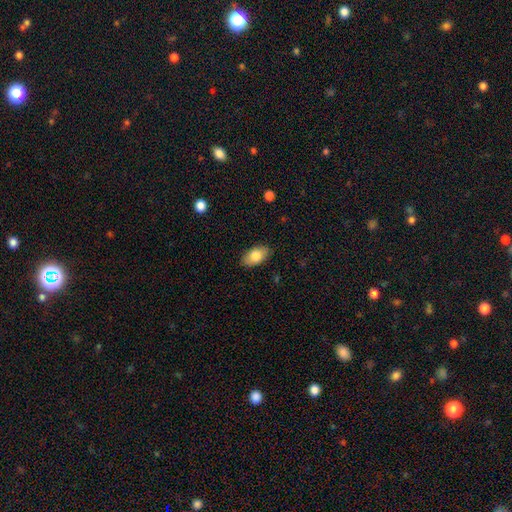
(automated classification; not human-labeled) smooth-or-featured: smooth: 81% | featured or disk: 12% | star or artifact: 7%
  how-rounded: in between: 93% | round: 5% | cigar-shaped: 2%
  merging: none: 86% | minor disturbance: 11% | major disturbance: 2% | merger: 1%